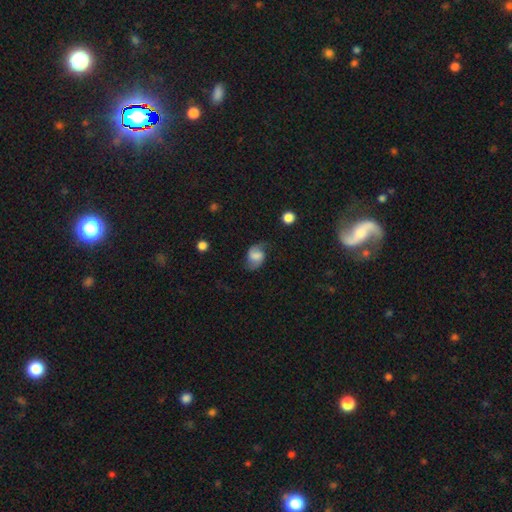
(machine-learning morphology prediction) type=featured or disk (50%); edge-on=no (97%); merging=none (64%).